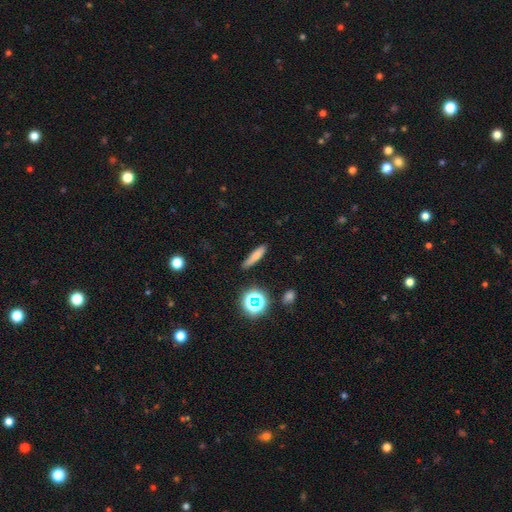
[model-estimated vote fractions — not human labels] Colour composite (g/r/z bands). It shows a smooth galaxy with no disk features (74%) that is cigar-shaped (77%). Merging: none (82%).